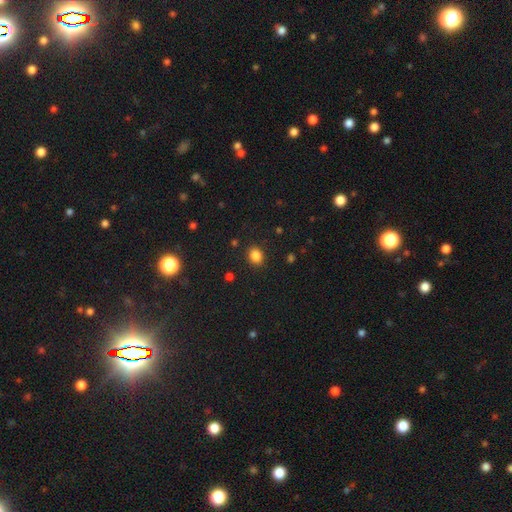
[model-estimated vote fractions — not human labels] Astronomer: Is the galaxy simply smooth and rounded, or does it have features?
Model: smooth — 84%.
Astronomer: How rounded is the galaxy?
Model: round — 50% (runner-up: in between, 49%).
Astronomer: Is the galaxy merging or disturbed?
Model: none — 88%.